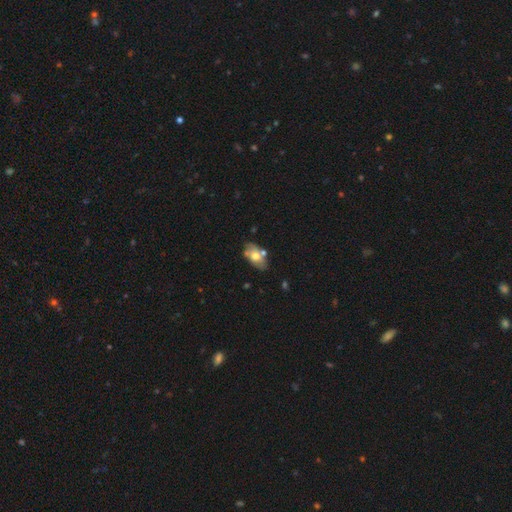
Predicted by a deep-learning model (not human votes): This is possibly a smooth galaxy (50%). Merging: possibly none (54%).